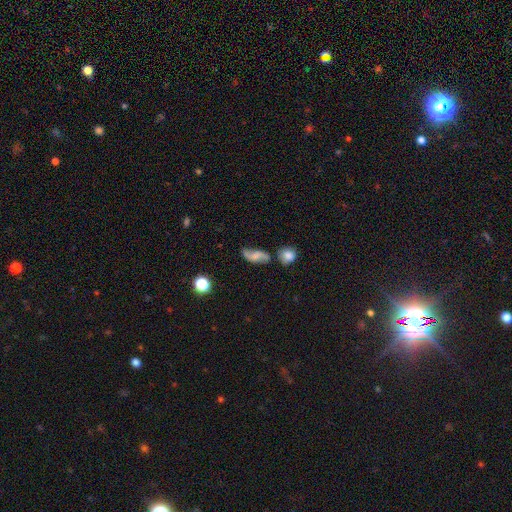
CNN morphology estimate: A featured or disk galaxy (59%) with no bar (52%), spiral arms (90%) and a small central bulge (31%).

Vote fractions:
- Smooth or featured? featured or disk: 59% / smooth: 31% / star or artifact: 10%
- Edge-on disk? no: 93% / yes: 7%
- Bar? no: 52% / weak: 37% / strong: 11%
- Spiral arms? yes: 90% / no: 10%
- Bulge size? small: 31% / moderate: 29% / none: 29% / large: 8% / dominant: 2%
- Merging? none: 60% / minor disturbance: 21% / merger: 9% / major disturbance: 9%